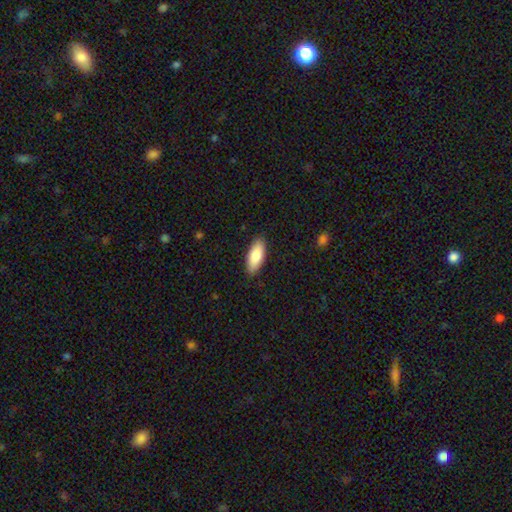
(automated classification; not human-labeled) Morphology: type=smooth (84%); roundness=in between (81%); merging=none (88%).